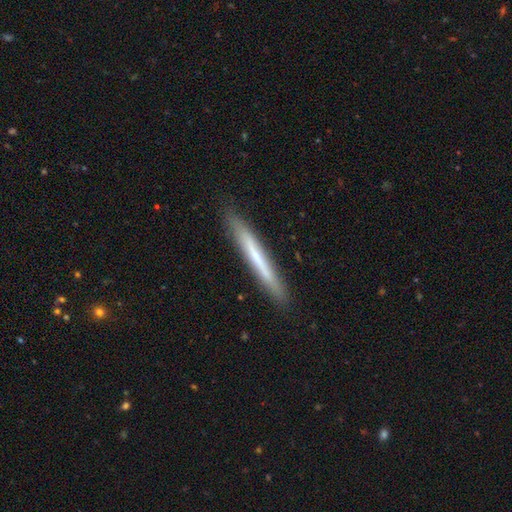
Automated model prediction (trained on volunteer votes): Smooth or featured: smooth — 53% (featured or disk — 41%)
How rounded: cigar-shaped — 97% (in between — 2%)
Merging: none — 89% (minor disturbance — 8%)